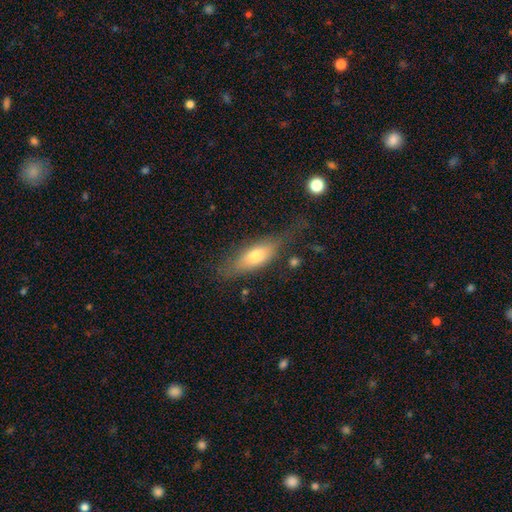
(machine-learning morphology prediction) Smooth or featured? smooth (63%)
How rounded? in between (59%)
Merging? none (62%)